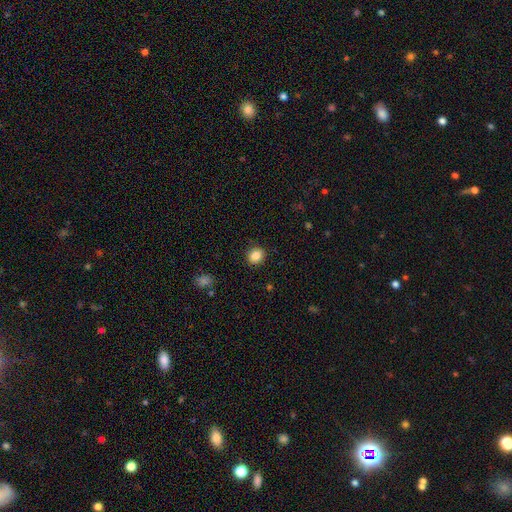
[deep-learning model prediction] A smooth galaxy with no disk features (85%) that is round (75%). Merging: none (90%).